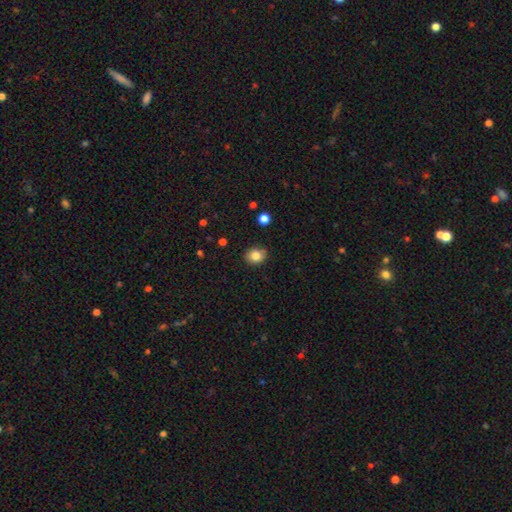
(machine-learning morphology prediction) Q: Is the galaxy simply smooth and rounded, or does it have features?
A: smooth — 84%.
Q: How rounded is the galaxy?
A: round — 68%.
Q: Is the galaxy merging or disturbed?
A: none — 84%.